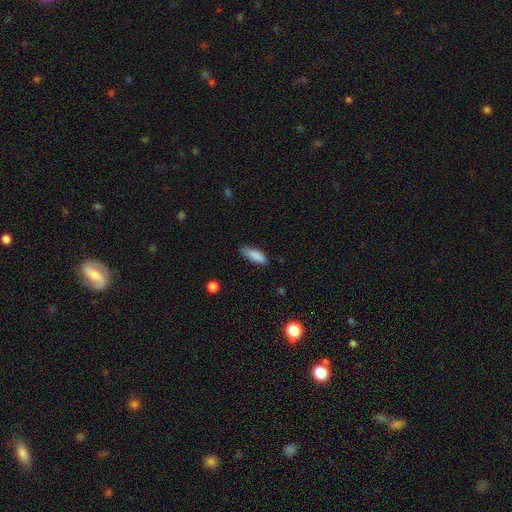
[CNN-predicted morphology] This is clearly a smooth galaxy (88%). How rounded: likely in between (66%). Merging: likely none (74%).